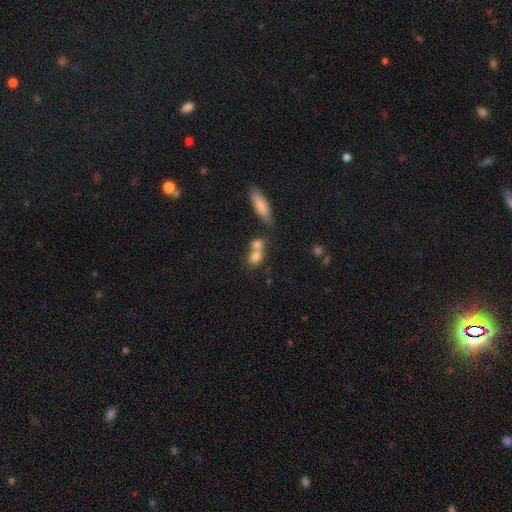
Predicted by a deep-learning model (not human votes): Smooth or featured?
  - smooth: 77% *
  - featured or disk: 13%
  - star or artifact: 9%
How rounded?
  - in between: 57% *
  - round: 37%
  - cigar-shaped: 6%
Merging?
  - merger: 54% *
  - none: 33%
  - minor disturbance: 9%
  - major disturbance: 4%